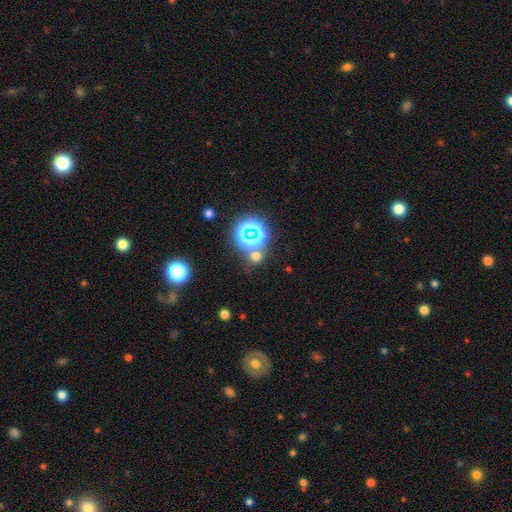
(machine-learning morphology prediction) Smooth or featured?
  - smooth: 51% *
  - star or artifact: 42%
  - featured or disk: 7%
How rounded?
  - round: 86% *
  - in between: 13%
  - cigar-shaped: 1%
Merging?
  - none: 71% *
  - merger: 17%
  - minor disturbance: 8%
  - major disturbance: 4%